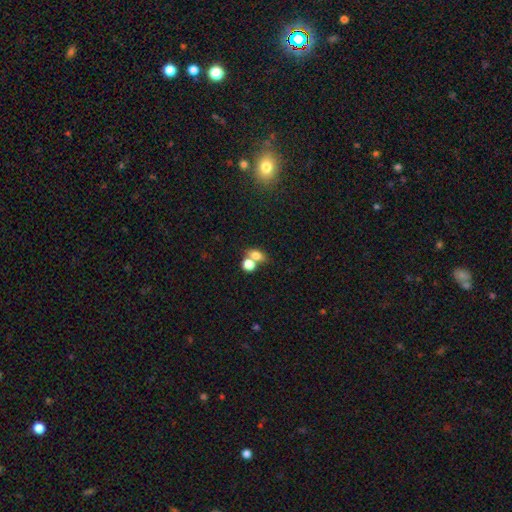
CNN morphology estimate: This is likely a smooth galaxy (76%). How rounded: likely in between (67%). Merging: possibly merger (50%).